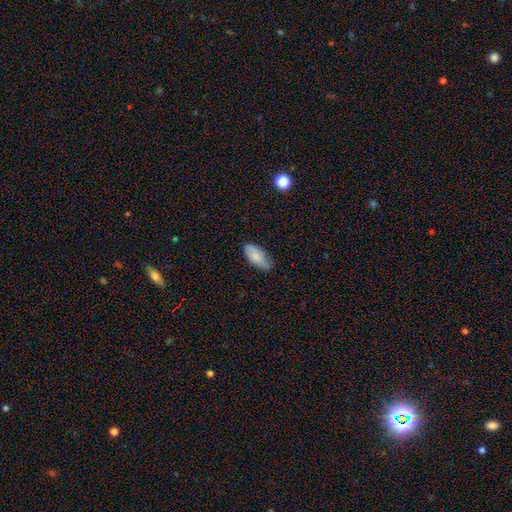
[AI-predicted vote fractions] Smooth or featured: smooth — 79% (featured or disk — 14%)
How rounded: in between — 89% (cigar-shaped — 9%)
Merging: none — 63% (minor disturbance — 29%)